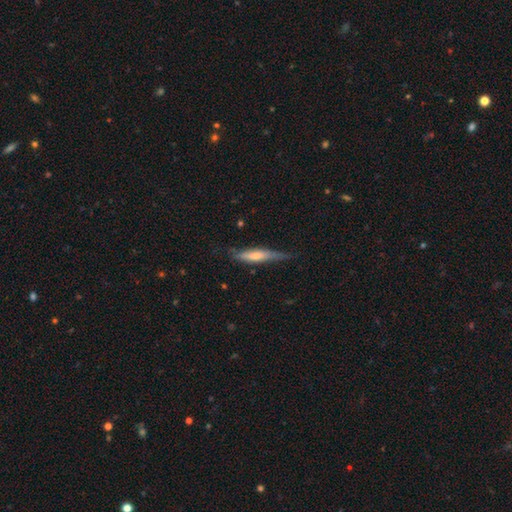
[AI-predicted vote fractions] A smooth galaxy with no disk features (52%) that is cigar-shaped (84%). Merging: none (65%).